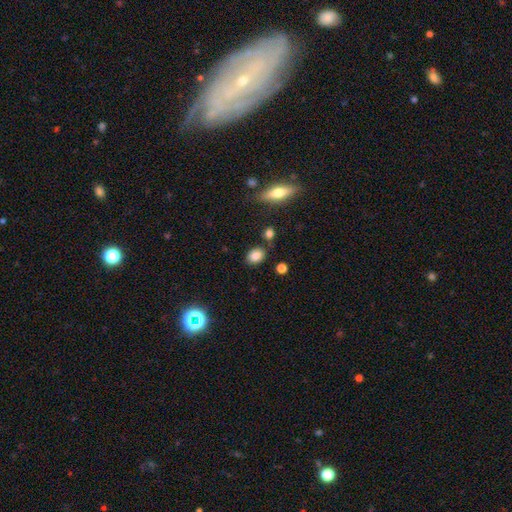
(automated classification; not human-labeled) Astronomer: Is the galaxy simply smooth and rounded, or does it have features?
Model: smooth — 84%.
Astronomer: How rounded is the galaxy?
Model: in between — 65%.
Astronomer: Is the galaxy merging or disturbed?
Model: none — 79%.